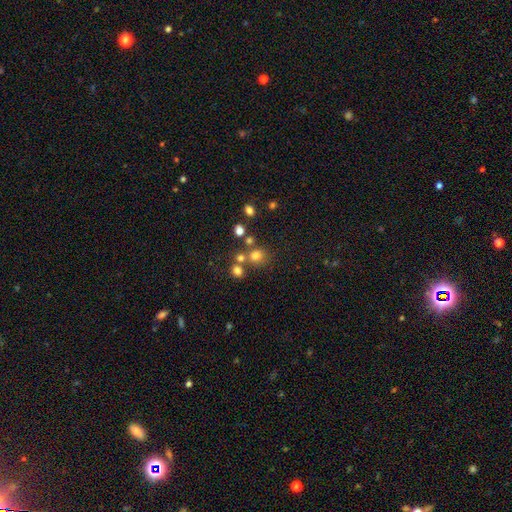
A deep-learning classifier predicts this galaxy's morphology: Smooth or featured? Predicted: smooth (p=0.72). How rounded? Predicted: round (p=0.83). Merging? Predicted: none (p=0.63).